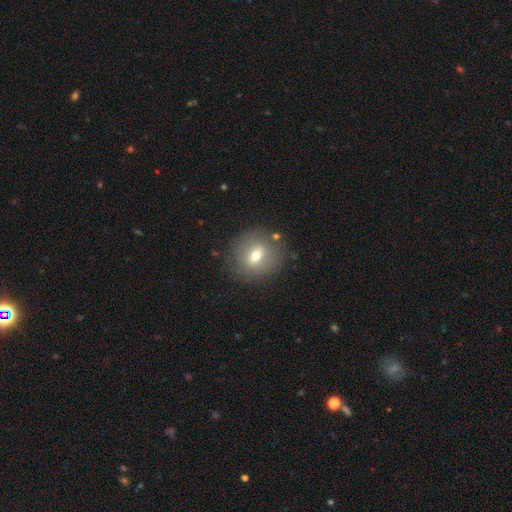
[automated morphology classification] smooth_or_featured: smooth (p=0.61) [alt: featured or disk p=0.29]
how_rounded: round (p=0.78) [alt: in between p=0.21]
merging: none (p=0.82) [alt: minor disturbance p=0.11]